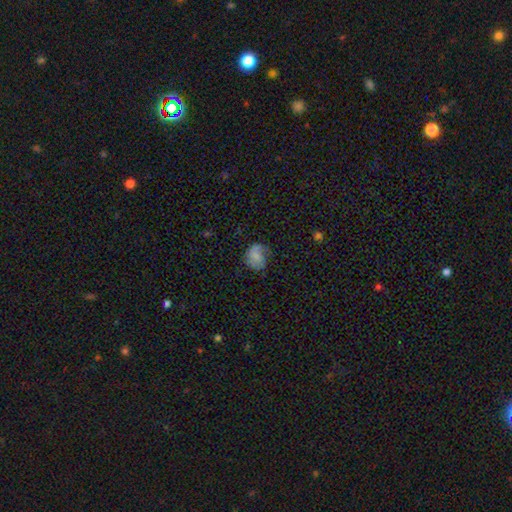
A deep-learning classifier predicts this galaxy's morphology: smooth 54%, featured or disk 36%, star or artifact 10%. Down the decision tree: how rounded — round (58%); merging — none (54%).